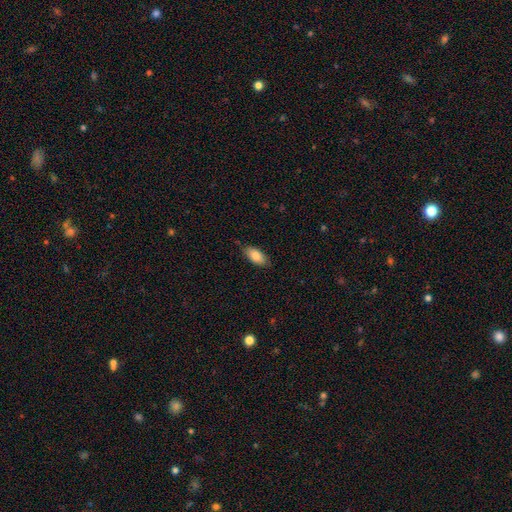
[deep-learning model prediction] This is clearly a smooth galaxy (84%). How rounded: clearly in between (89%). Merging: clearly none (82%).